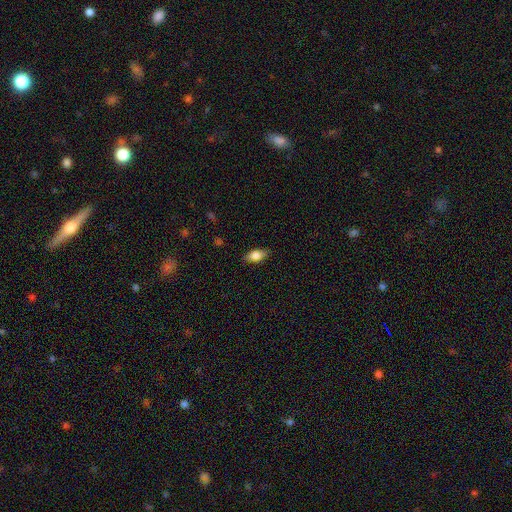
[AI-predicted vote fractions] Smooth or featured? Predicted: smooth (p=0.80). How rounded? Predicted: in between (p=0.86). Merging? Predicted: none (p=0.84).